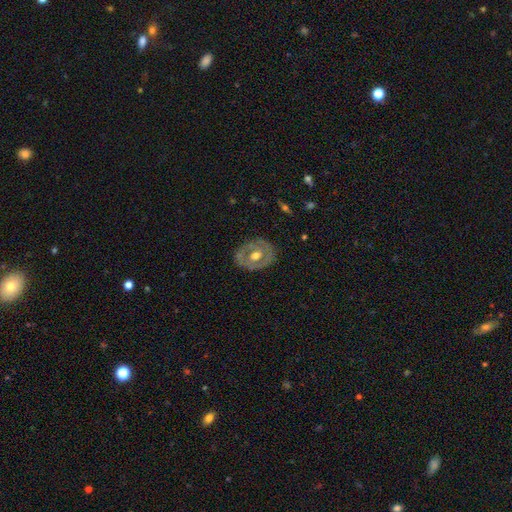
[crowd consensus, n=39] Volunteers were most divided on "spiral arms": yes: 52%, no: 48%. More confident: edge-on disk — no (100%); spiral winding — tight (85%); merging — none (84%); bulge size — moderate (76%); smooth or featured — featured or disk (64%); bar — no (64%); spiral arm count — 2 (54%).